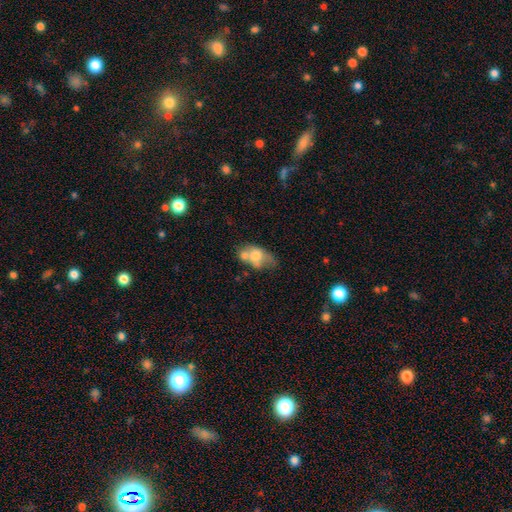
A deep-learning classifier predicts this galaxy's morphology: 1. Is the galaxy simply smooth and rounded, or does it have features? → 60% smooth, 31% featured or disk, 8% star or artifact.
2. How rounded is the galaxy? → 80% in between, 18% round, 3% cigar-shaped.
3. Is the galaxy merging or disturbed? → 44% merger, 27% none, 18% minor disturbance, 12% major disturbance.